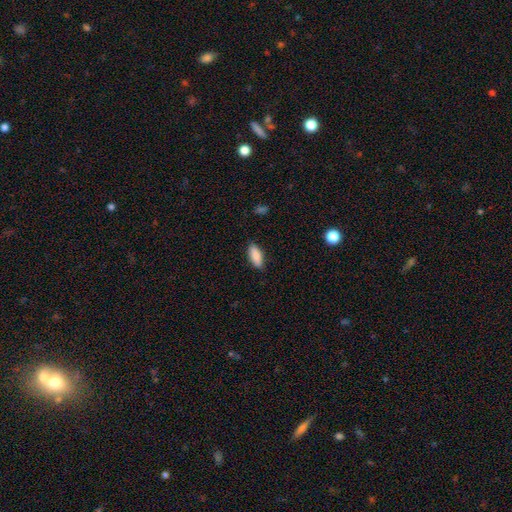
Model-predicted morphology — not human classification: The model was most divided on "how rounded": in between: 80%, cigar-shaped: 18%, round: 2%. More confident: smooth or featured — smooth (87%); merging — none (86%).